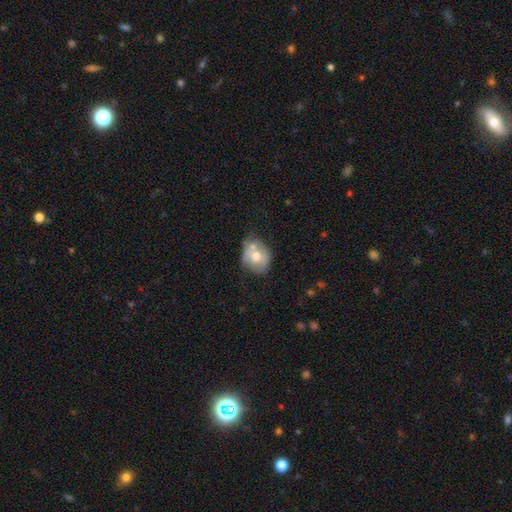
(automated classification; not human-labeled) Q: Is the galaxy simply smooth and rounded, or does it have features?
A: smooth — 55%.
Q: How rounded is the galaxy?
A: round — 54%.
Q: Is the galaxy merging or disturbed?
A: none — 40%.